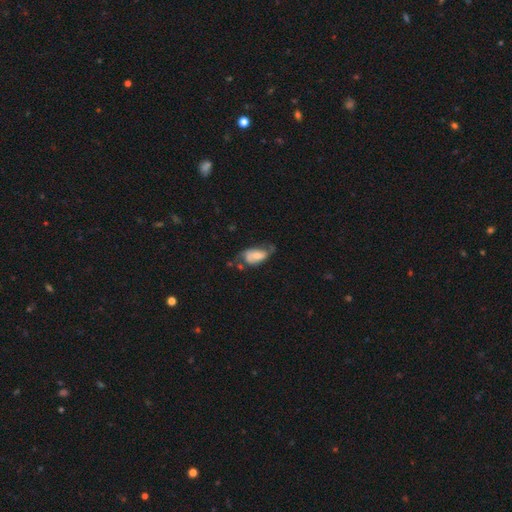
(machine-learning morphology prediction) smooth_or_featured: featured or disk (p=0.47) [alt: smooth p=0.45]
merging: none (p=0.37) [alt: minor disturbance p=0.32]